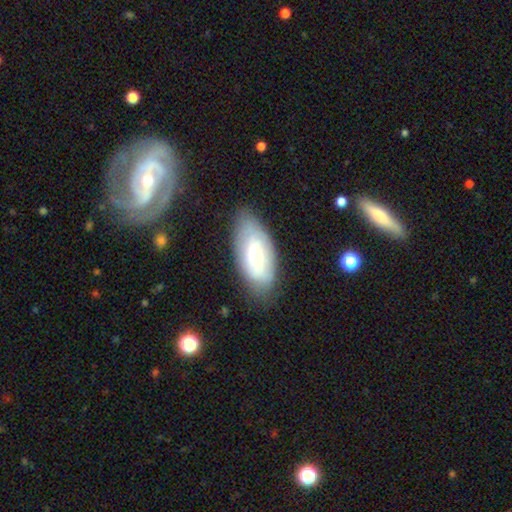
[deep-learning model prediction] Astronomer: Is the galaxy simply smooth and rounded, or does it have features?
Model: smooth — 51% (runner-up: featured or disk, 42%).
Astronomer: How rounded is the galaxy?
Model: in between — 91%.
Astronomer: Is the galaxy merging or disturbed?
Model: none — 73%.